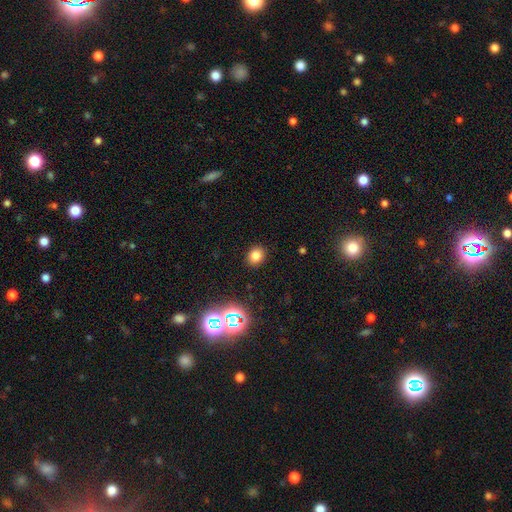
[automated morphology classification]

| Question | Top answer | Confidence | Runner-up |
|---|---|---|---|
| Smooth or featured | smooth | 78% | star or artifact (16%) |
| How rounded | round | 59% | in between (40%) |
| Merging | none | 90% | minor disturbance (6%) |